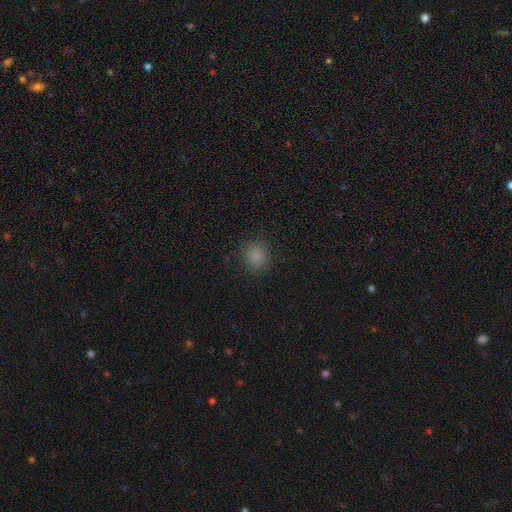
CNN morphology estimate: Smooth or featured: smooth — 85% (star or artifact — 13%)
How rounded: round — 86% (in between — 13%)
Merging: none — 89% (minor disturbance — 7%)